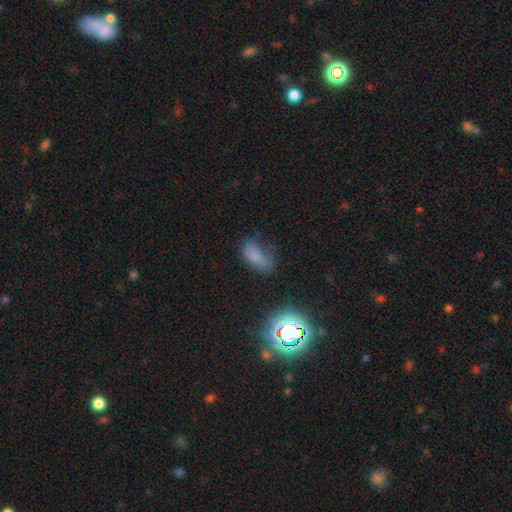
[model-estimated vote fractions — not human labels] A smooth galaxy with no disk features (67%) that is in between round and cigar-shaped (88%). Merging: none (46%).